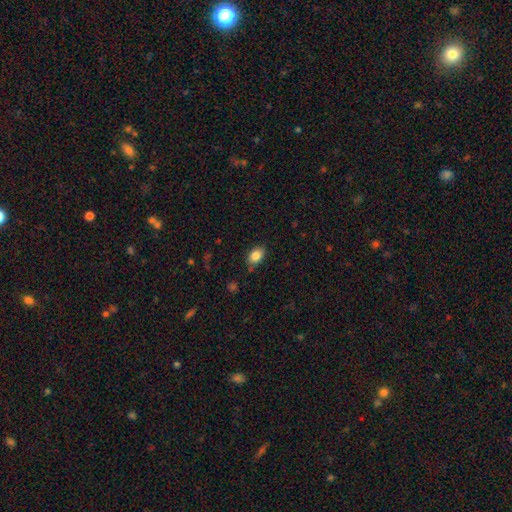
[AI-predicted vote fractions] A smooth galaxy with no disk features (84%) that is in between round and cigar-shaped (83%). Merging: none (82%).